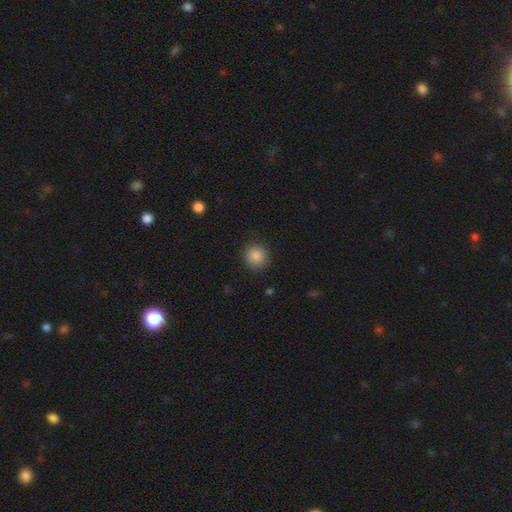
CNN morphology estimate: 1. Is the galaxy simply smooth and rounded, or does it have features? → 85% smooth, 10% star or artifact, 5% featured or disk.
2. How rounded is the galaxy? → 93% round, 6% in between, 1% cigar-shaped.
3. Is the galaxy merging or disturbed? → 89% none, 8% minor disturbance, 2% major disturbance, 1% merger.